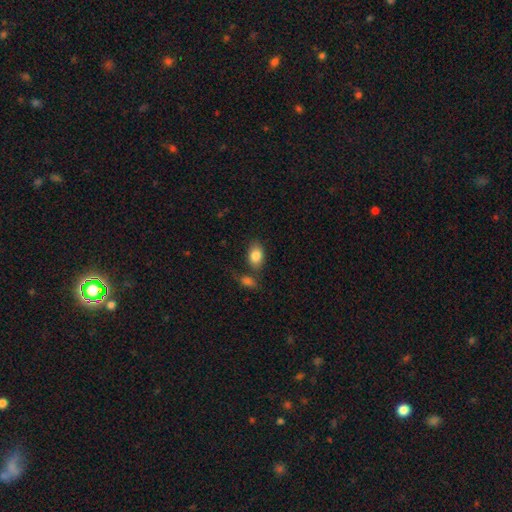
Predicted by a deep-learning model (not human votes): Q: Smooth or featured?
A: smooth (85%); runner-up: featured or disk (8%)
Q: How rounded?
A: in between (86%); runner-up: round (13%)
Q: Merging?
A: none (61%); runner-up: merger (20%)